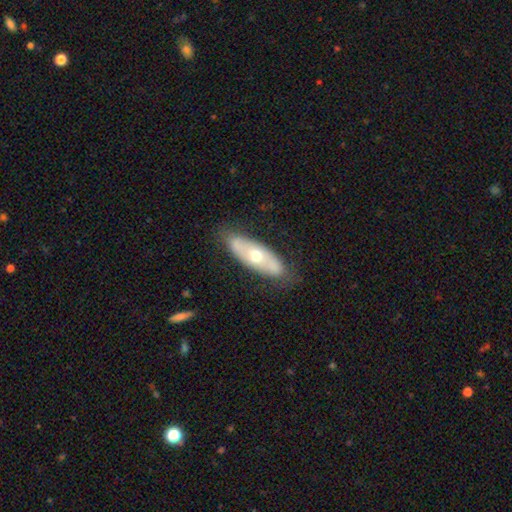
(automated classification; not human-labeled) A featured or disk galaxy (48%).

Vote fractions:
- Smooth or featured? featured or disk: 48% / smooth: 46% / star or artifact: 5%
- Merging? none: 79% / minor disturbance: 16% / major disturbance: 4% / merger: 1%